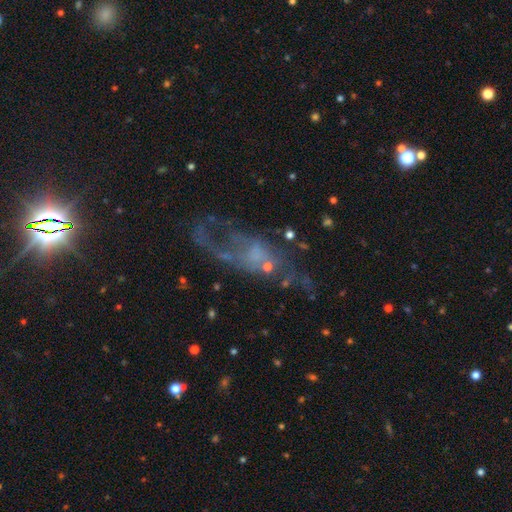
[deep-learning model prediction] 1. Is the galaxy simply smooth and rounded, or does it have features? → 65% featured or disk, 19% smooth, 16% star or artifact.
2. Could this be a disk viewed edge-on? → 89% no, 11% yes.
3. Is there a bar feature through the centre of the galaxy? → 76% no, 20% weak, 5% strong.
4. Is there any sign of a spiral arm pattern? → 54% yes, 46% no.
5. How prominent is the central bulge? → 39% small, 37% none, 19% moderate, 3% large, 2% dominant.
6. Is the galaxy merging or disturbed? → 44% none, 32% major disturbance, 18% minor disturbance, 6% merger.